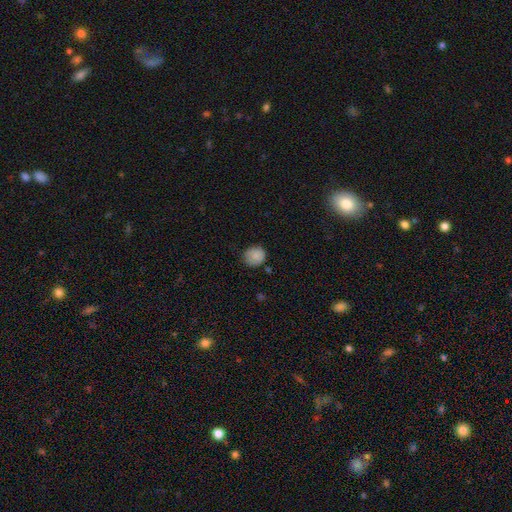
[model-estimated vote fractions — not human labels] This is clearly a smooth galaxy (85%). How rounded: clearly round (87%). Merging: likely none (76%).